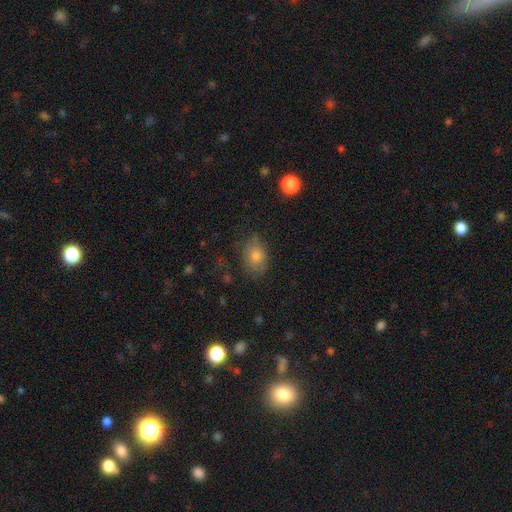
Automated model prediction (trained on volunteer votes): smooth 74%, featured or disk 14%, star or artifact 13%. Down the decision tree: how rounded — in between (68%); merging — none (74%).